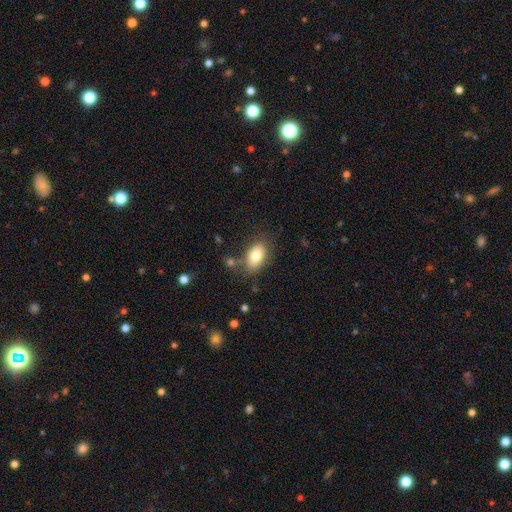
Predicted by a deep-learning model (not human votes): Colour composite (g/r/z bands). It shows a smooth galaxy with no disk features (78%) that is in between round and cigar-shaped (90%). Merging: none (74%).